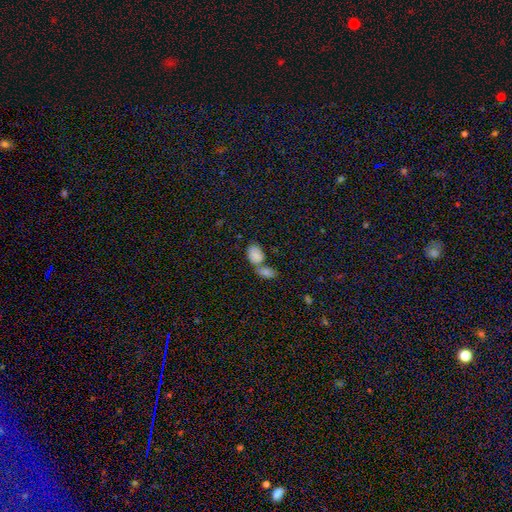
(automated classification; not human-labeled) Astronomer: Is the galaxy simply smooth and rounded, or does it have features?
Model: smooth — 85%.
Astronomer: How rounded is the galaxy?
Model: in between — 89%.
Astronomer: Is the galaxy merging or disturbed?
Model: merger — 61%.